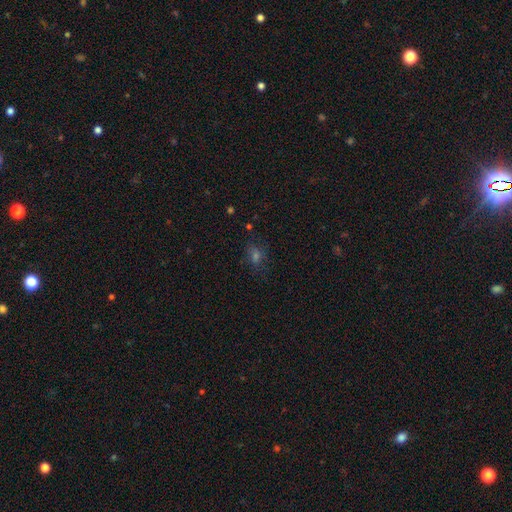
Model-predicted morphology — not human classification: This appears to be a smooth galaxy with no disk features (48%). Merging: none (74%).